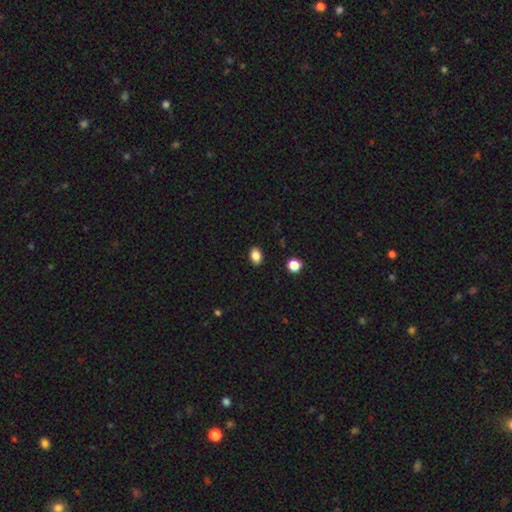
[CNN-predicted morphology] Q: Smooth or featured?
A: smooth (85%); runner-up: star or artifact (10%)
Q: How rounded?
A: in between (77%); runner-up: round (22%)
Q: Merging?
A: none (89%); runner-up: minor disturbance (7%)